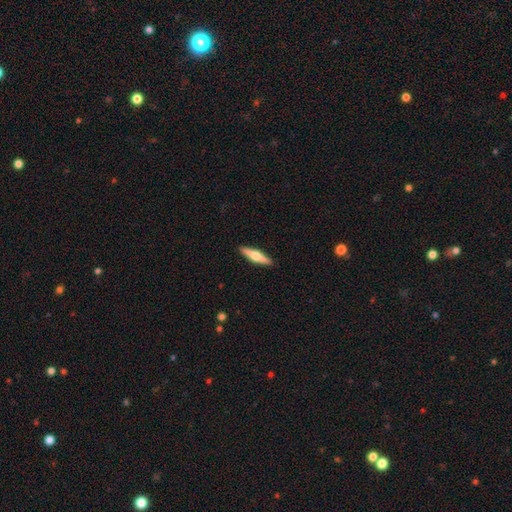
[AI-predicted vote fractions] This is possibly a featured or disk galaxy (56%). It is clearly viewed edge-on (96%). Edge-on bulge: clearly rounded (93%). Merging: clearly none (91%).